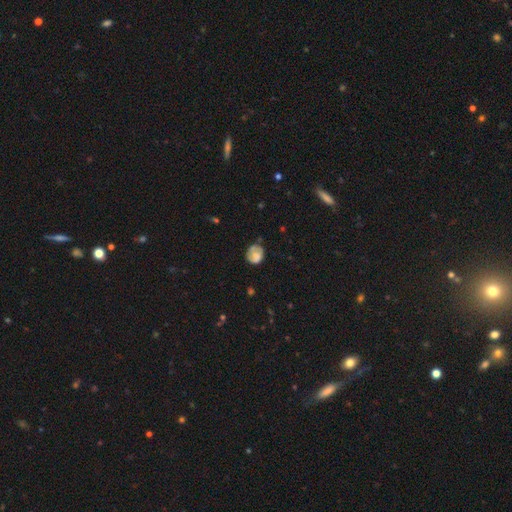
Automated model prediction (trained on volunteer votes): Smooth or featured?
  - smooth: 58% *
  - featured or disk: 33%
  - star or artifact: 9%
How rounded?
  - round: 65% *
  - in between: 34%
  - cigar-shaped: 1%
Merging?
  - none: 49% *
  - minor disturbance: 32%
  - major disturbance: 15%
  - merger: 4%